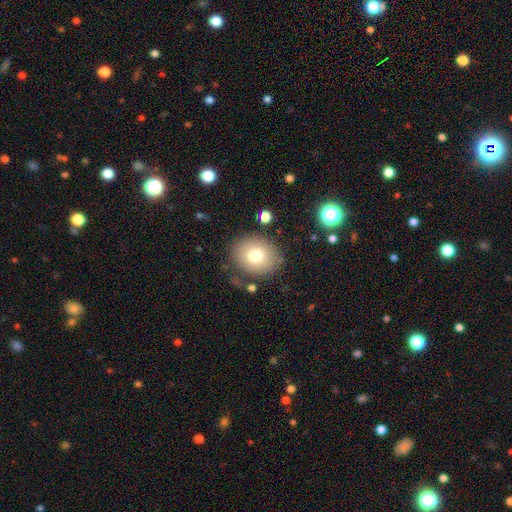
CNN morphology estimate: Smooth or featured?
  - smooth: 75% *
  - featured or disk: 14%
  - star or artifact: 11%
How rounded?
  - round: 71% *
  - in between: 28%
  - cigar-shaped: 1%
Merging?
  - none: 81% *
  - minor disturbance: 11%
  - major disturbance: 4%
  - merger: 3%